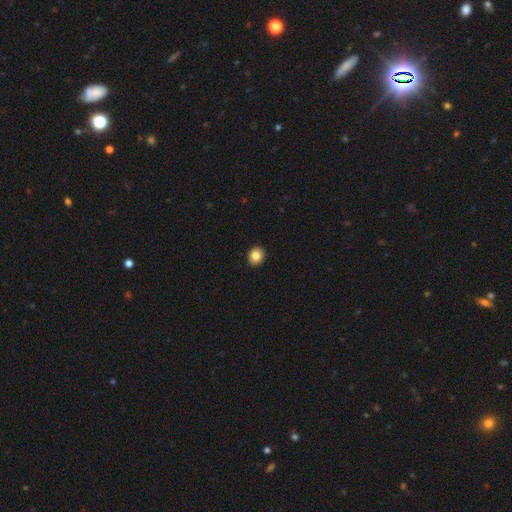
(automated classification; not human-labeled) This appears to be a smooth galaxy with no disk features (85%) that is round (75%). Merging: none (93%).